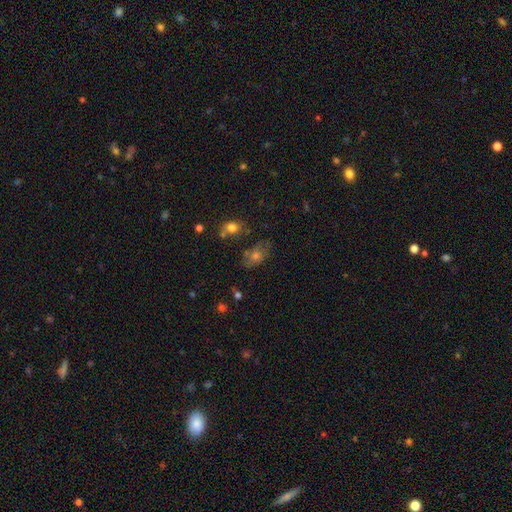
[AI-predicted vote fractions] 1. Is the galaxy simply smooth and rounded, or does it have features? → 52% smooth, 25% featured or disk, 23% star or artifact.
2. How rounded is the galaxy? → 74% in between, 22% round, 3% cigar-shaped.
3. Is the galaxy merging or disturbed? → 60% none, 22% minor disturbance, 11% major disturbance, 8% merger.